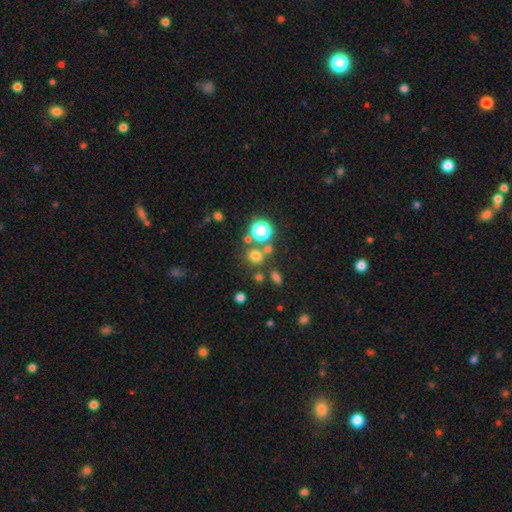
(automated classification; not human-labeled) Smooth or featured: smooth — 67% (star or artifact — 25%)
How rounded: round — 84% (in between — 15%)
Merging: none — 70% (merger — 16%)